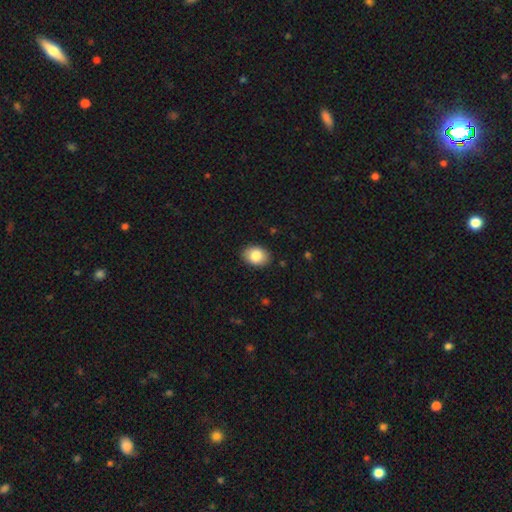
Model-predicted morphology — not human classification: This is clearly a smooth galaxy (83%). How rounded: likely in between (73%). Merging: clearly none (88%).